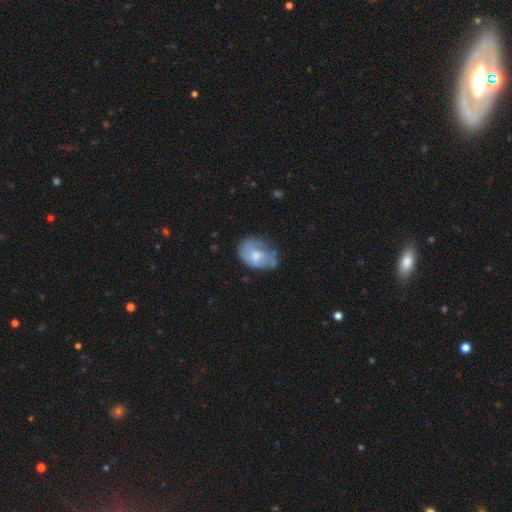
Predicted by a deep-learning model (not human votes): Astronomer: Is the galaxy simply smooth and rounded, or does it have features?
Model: smooth — 54% (runner-up: featured or disk, 39%).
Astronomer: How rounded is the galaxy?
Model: in between — 78%.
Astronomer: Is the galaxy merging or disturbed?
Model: none — 41% (runner-up: minor disturbance, 37%).